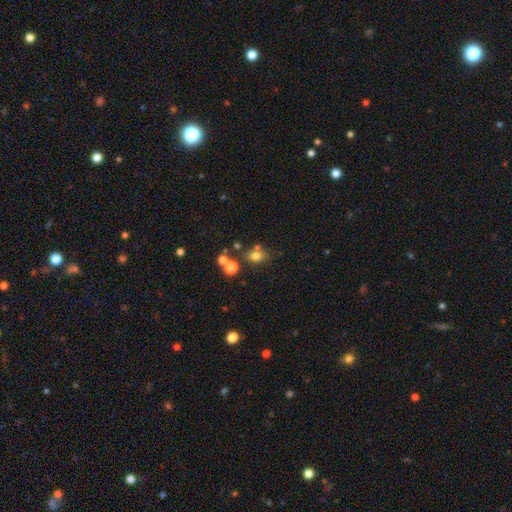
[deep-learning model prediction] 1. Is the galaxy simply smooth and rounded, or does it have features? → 74% smooth, 16% star or artifact, 10% featured or disk.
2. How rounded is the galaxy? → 54% in between, 44% round, 2% cigar-shaped.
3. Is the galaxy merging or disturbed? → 62% none, 19% merger, 14% minor disturbance, 6% major disturbance.